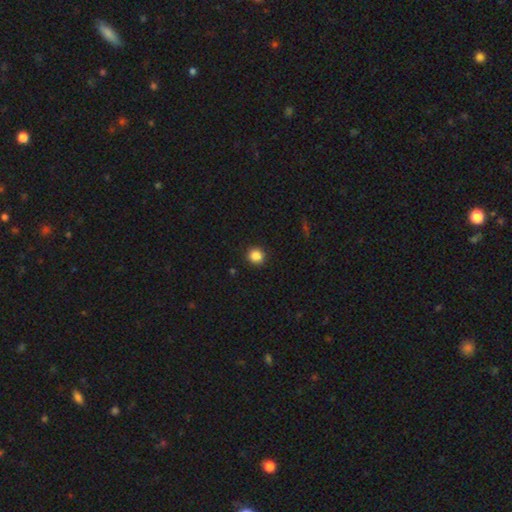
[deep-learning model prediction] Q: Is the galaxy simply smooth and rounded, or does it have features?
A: smooth — 86%.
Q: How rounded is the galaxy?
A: round — 91%.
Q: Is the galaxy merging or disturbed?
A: none — 92%.